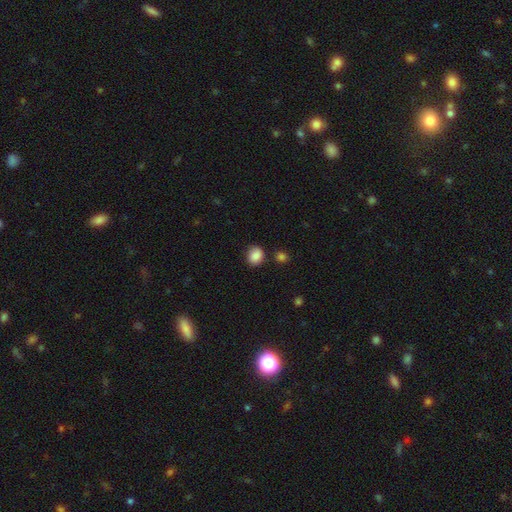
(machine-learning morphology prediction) Smooth or featured? Predicted: smooth (p=0.87). How rounded? Predicted: round (p=0.63). Merging? Predicted: none (p=0.79).